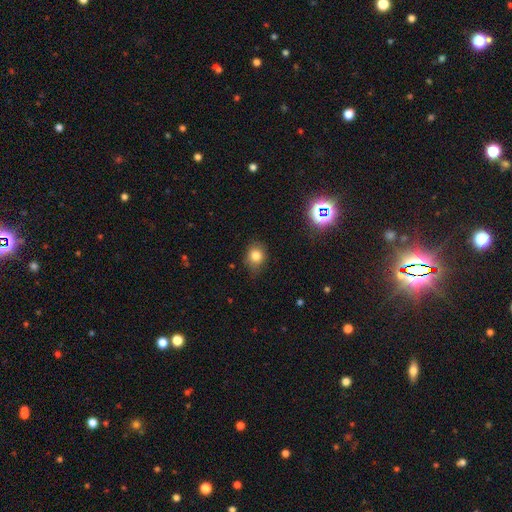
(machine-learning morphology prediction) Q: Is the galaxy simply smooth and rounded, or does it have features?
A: smooth — 80%.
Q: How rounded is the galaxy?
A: round — 68%.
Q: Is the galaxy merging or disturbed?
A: none — 73%.